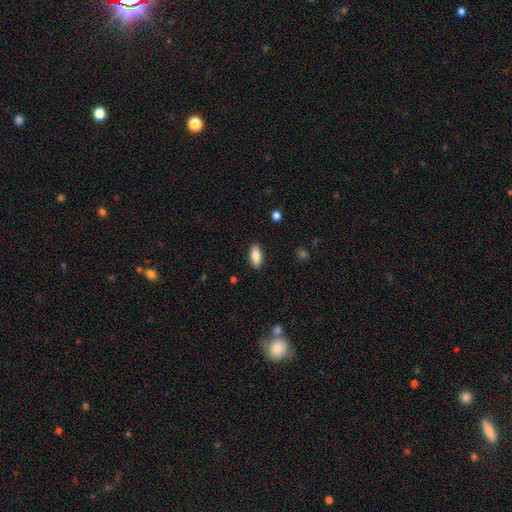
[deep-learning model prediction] smooth_or_featured: smooth (p=0.85) [alt: featured or disk p=0.08]
how_rounded: in between (p=0.84) [alt: cigar-shaped p=0.14]
merging: none (p=0.88) [alt: minor disturbance p=0.09]